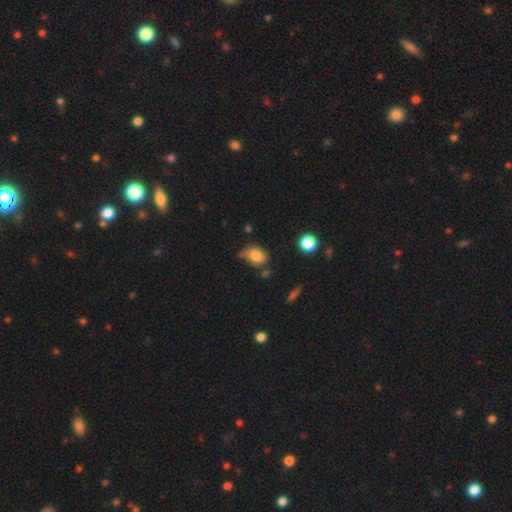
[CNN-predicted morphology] Smooth or featured: smooth — 78% (featured or disk — 11%)
How rounded: in between — 68% (round — 31%)
Merging: none — 44% (minor disturbance — 37%)